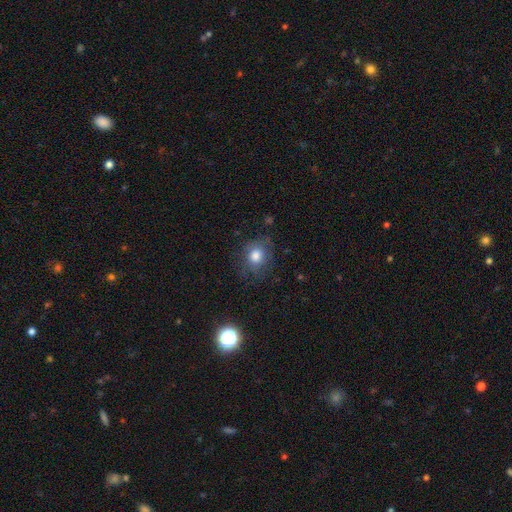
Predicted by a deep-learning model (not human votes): Smooth or featured? Predicted: smooth (p=0.74). How rounded? Predicted: round (p=0.66). Merging? Predicted: none (p=0.66).